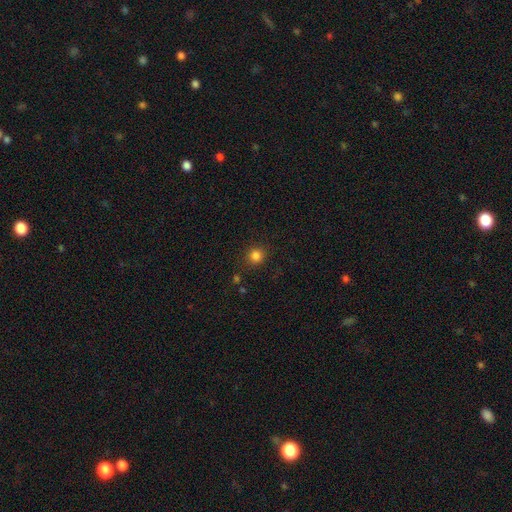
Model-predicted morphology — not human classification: Smooth or featured? smooth (82%)
How rounded? round (90%)
Merging? none (87%)